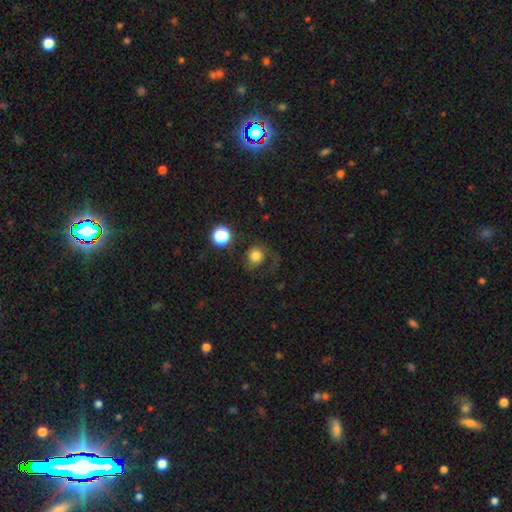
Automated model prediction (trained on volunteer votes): Overall: smooth (73%). How rounded: round (82%). Merging: none (47%; major disturbance 30%).